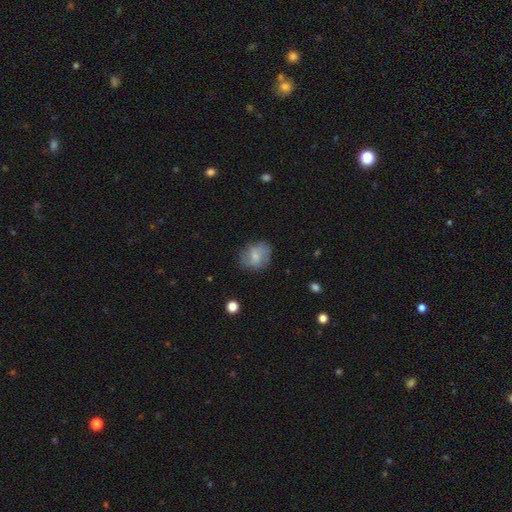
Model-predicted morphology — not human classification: smooth_or_featured: smooth (p=0.58) [alt: featured or disk p=0.34]
how_rounded: round (p=0.54) [alt: in between p=0.44]
merging: none (p=0.66) [alt: minor disturbance p=0.23]